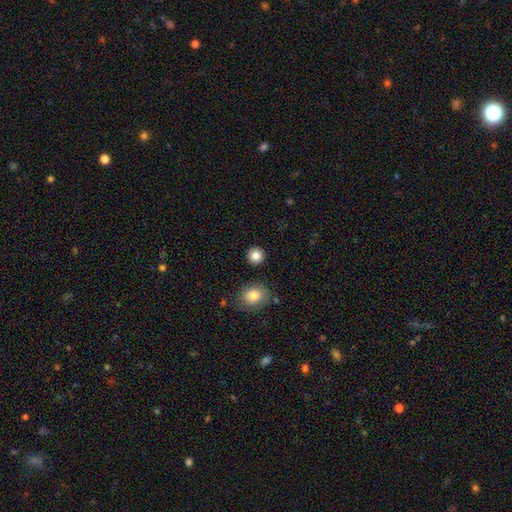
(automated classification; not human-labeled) This is clearly a smooth galaxy (84%). How rounded: clearly round (93%). Merging: clearly none (91%).